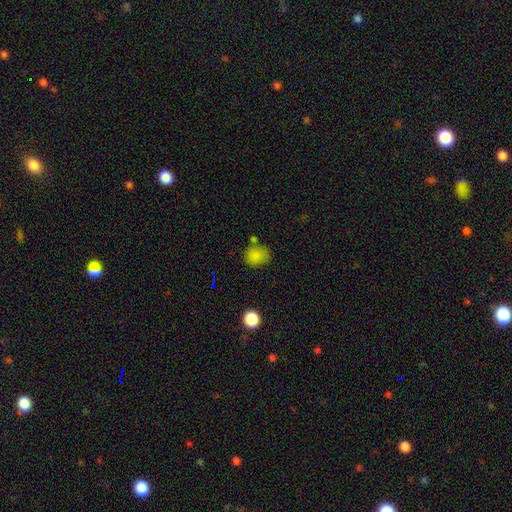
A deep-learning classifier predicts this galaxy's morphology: Smooth or featured? smooth (82%)
How rounded? round (63%)
Merging? none (64%)